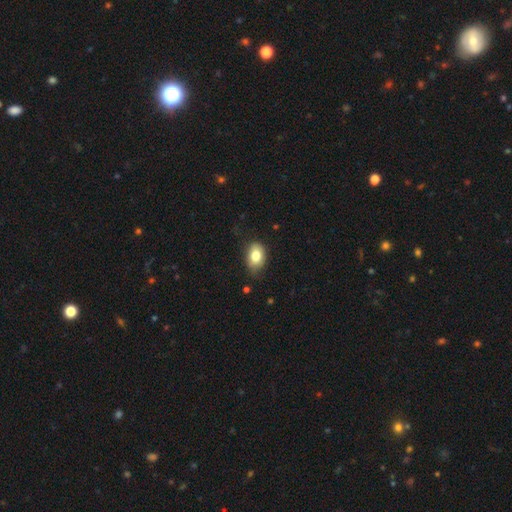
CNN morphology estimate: smooth-or-featured: smooth: 81% | featured or disk: 11% | star or artifact: 8%
  how-rounded: in between: 81% | round: 18% | cigar-shaped: 1%
  merging: none: 71% | minor disturbance: 23% | major disturbance: 4% | merger: 1%